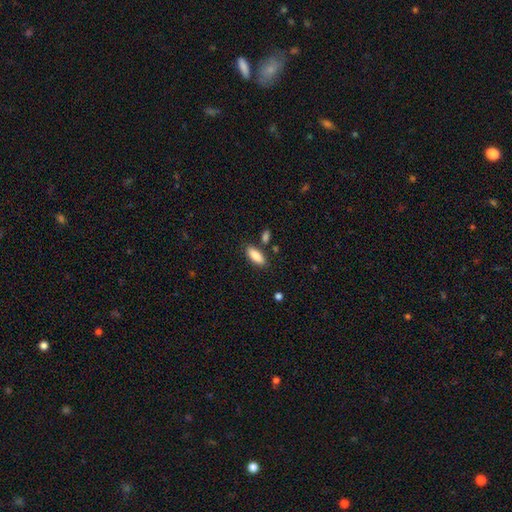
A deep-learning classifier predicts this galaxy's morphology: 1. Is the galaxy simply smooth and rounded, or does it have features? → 86% smooth, 8% featured or disk, 6% star or artifact.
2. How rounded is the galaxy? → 77% in between, 21% cigar-shaped, 2% round.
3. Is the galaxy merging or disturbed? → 81% none, 11% minor disturbance, 5% merger, 3% major disturbance.